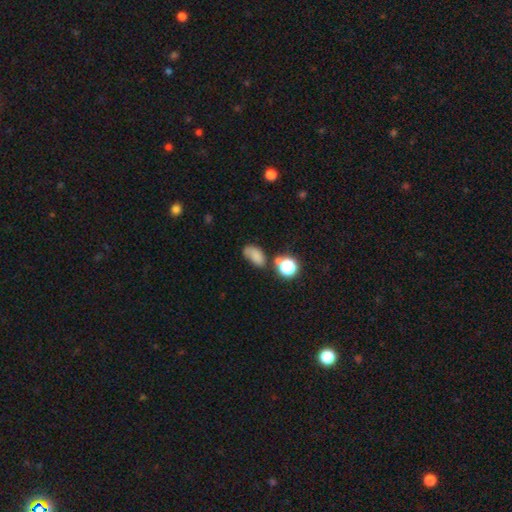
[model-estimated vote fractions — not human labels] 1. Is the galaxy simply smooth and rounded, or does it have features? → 71% smooth, 17% star or artifact, 12% featured or disk.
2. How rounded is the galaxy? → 82% in between, 15% round, 2% cigar-shaped.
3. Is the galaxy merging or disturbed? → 49% none, 25% minor disturbance, 15% merger, 11% major disturbance.